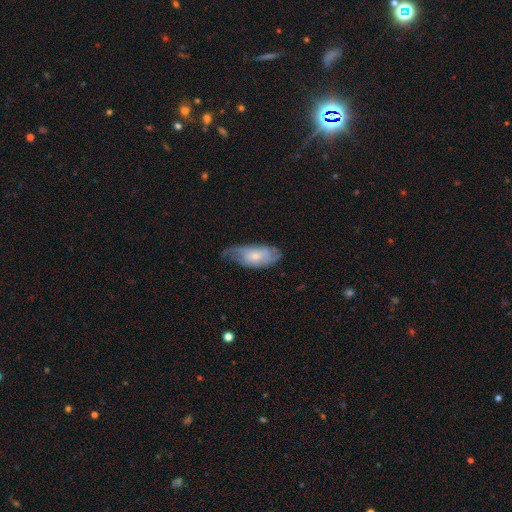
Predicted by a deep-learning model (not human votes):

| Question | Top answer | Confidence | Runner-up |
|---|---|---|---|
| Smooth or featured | featured or disk | 49% | smooth (45%) |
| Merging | none | 46% | minor disturbance (35%) |